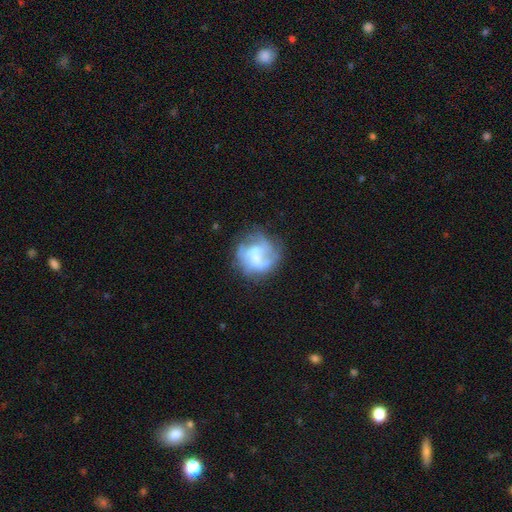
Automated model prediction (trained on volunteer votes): A featured or disk galaxy (57%) with no bar (52%), spiral arms (57%) and no central bulge (41%). Merging: none (53%).